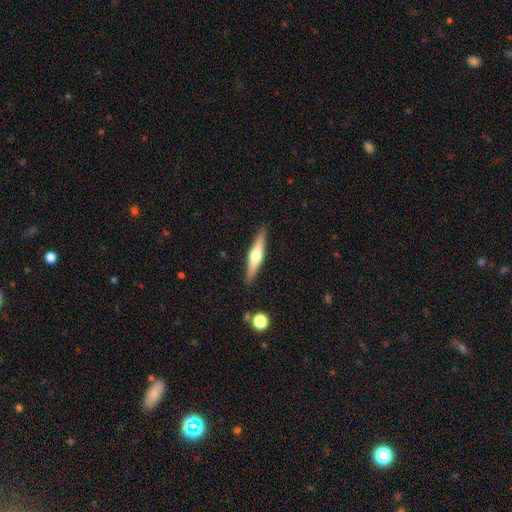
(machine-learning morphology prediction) Overall: featured or disk (58%; smooth 36%). Edge-on disk: yes (96%). Edge-on bulge: rounded (89%). Merging: none (89%).